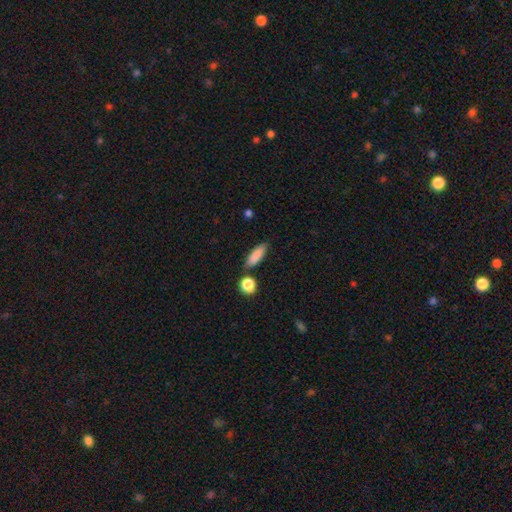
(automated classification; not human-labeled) smooth-or-featured: smooth: 86% | star or artifact: 7% | featured or disk: 7%
  how-rounded: in between: 55% | cigar-shaped: 41% | round: 4%
  merging: none: 78% | minor disturbance: 12% | merger: 6% | major disturbance: 3%